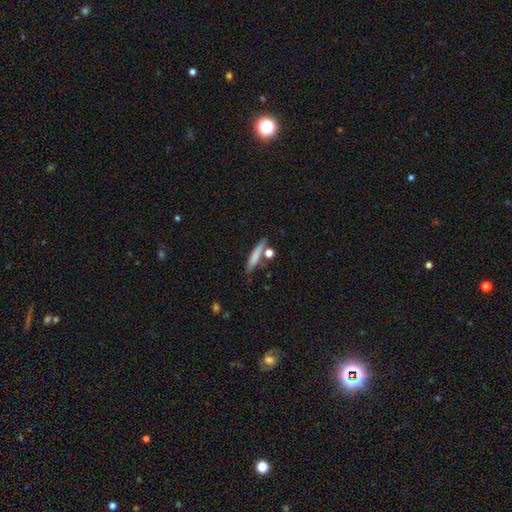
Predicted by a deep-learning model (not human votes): smooth_or_featured: smooth (p=0.73) [alt: featured or disk p=0.20]
how_rounded: cigar-shaped (p=0.85) [alt: in between p=0.11]
merging: none (p=0.69) [alt: merger p=0.14]